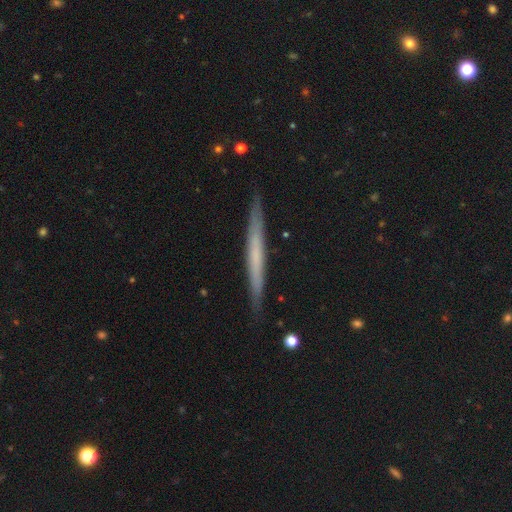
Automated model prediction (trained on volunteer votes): A featured or disk galaxy (50%) viewed edge-on (96%). Merging: none (90%).